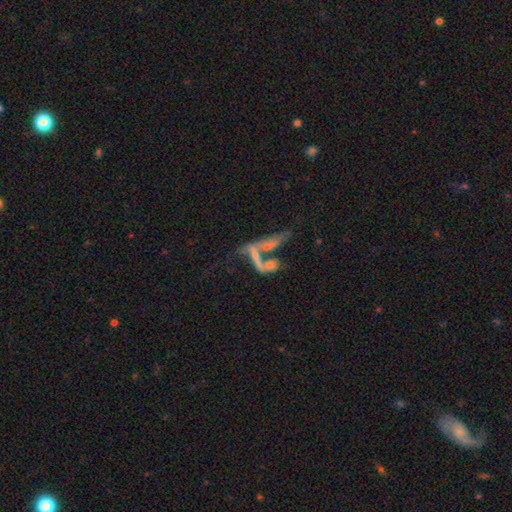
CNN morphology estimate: featured or disk 53%, smooth 30%, star or artifact 16%. Down the decision tree: edge-on disk — no (73%); merging — merger (58%).